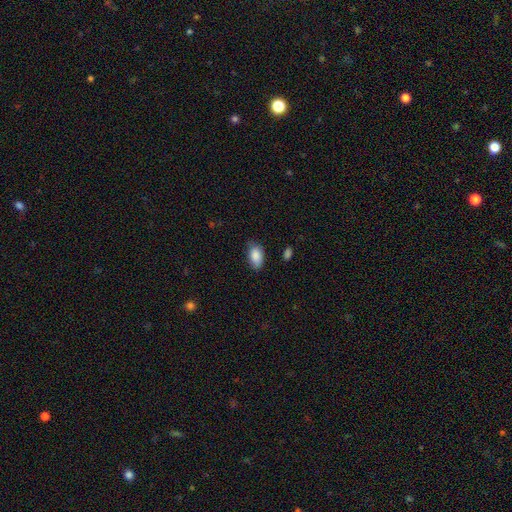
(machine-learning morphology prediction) A smooth galaxy with no disk features (88%) that is in between round and cigar-shaped (92%). Merging: none (75%).